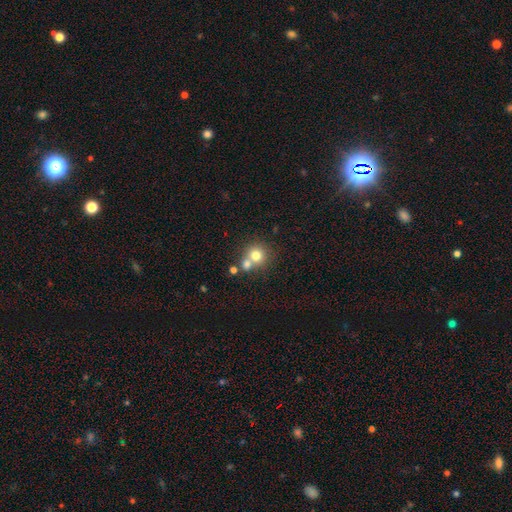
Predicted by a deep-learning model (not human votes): Overall: smooth (74%). How rounded: round (88%). Merging: none (48%; merger 41%).